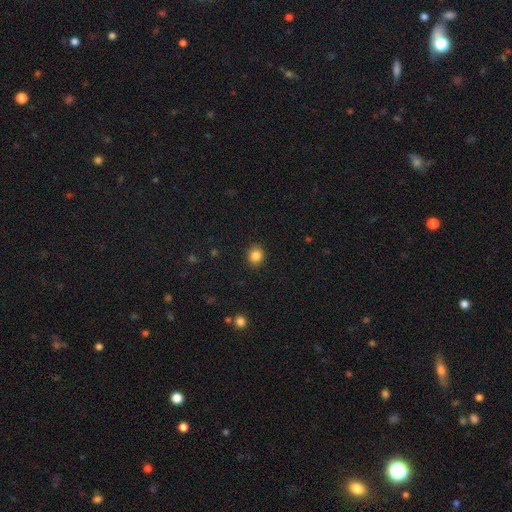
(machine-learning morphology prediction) smooth 85%, star or artifact 11%, featured or disk 4%. Down the decision tree: how rounded — round (80%); merging — none (89%).